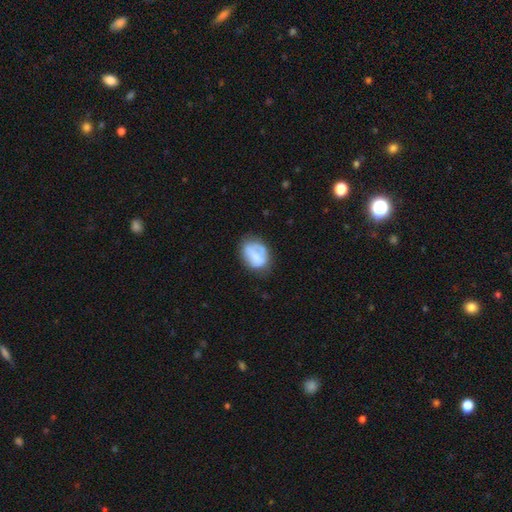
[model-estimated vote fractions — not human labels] Q: Smooth or featured?
A: smooth (58%); runner-up: featured or disk (33%)
Q: How rounded?
A: in between (69%); runner-up: round (30%)
Q: Merging?
A: none (50%); runner-up: minor disturbance (29%)